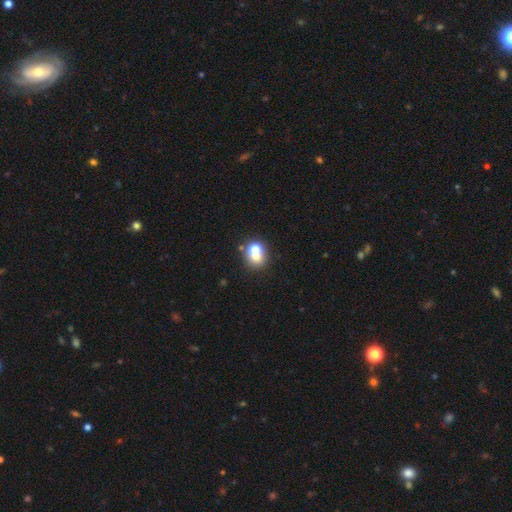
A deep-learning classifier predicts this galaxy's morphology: This appears to be a smooth galaxy with no disk features (66%) that is round (66%). Merging: merger (46%).